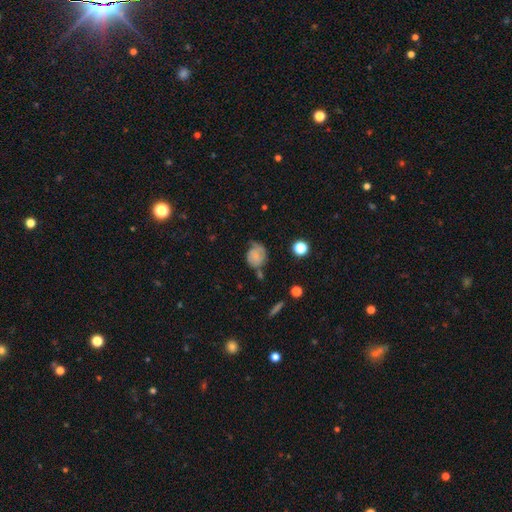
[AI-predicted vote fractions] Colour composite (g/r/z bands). It shows a smooth galaxy with no disk features (58%) that is round (65%). Merging: none (43%).